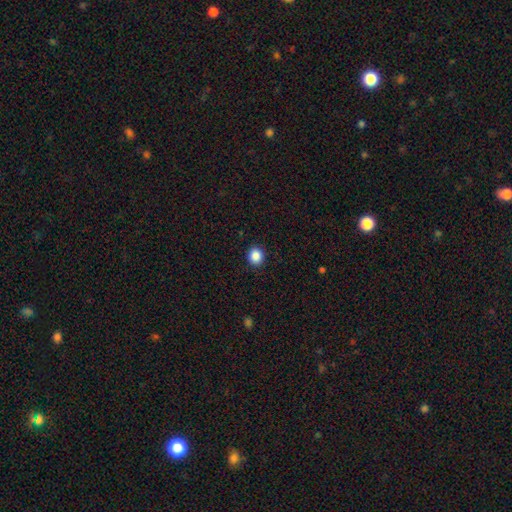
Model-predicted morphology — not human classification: A smooth galaxy with no disk features (87%) that is round (81%). Merging: none (91%).